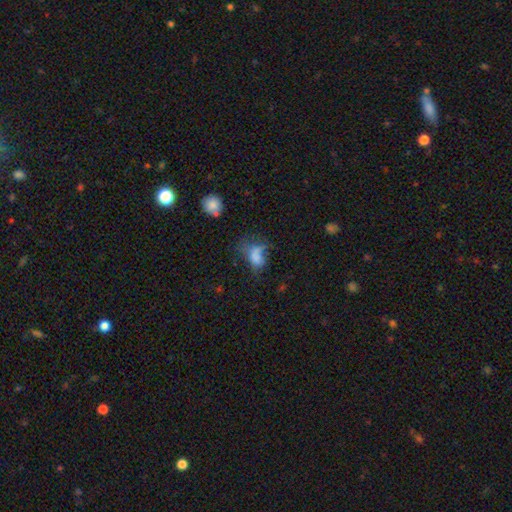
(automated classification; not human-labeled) Smooth or featured? smooth (65%)
How rounded? in between (80%)
Merging? major disturbance (43%)